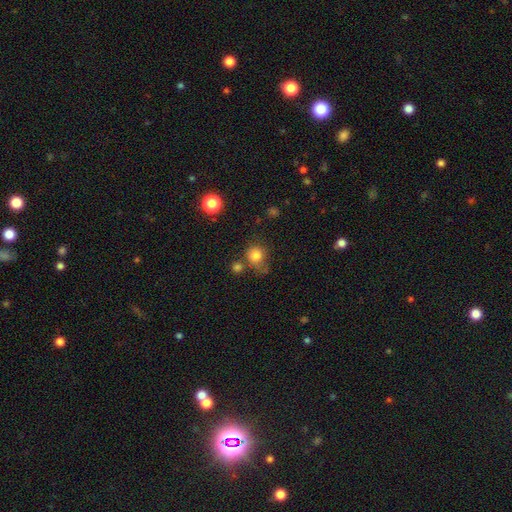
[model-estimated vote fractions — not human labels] Smooth or featured? smooth (80%)
How rounded? round (82%)
Merging? none (60%)